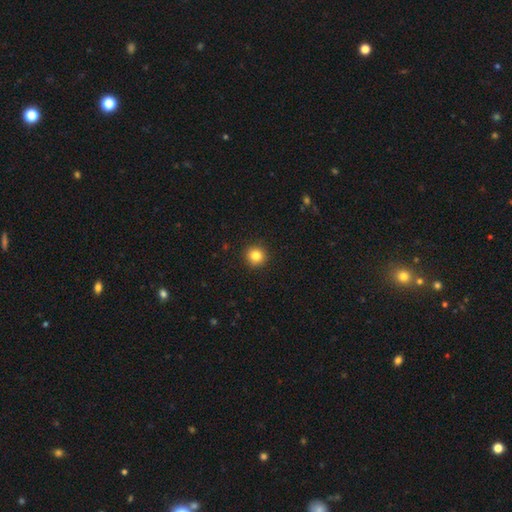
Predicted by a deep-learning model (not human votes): smooth 83%, star or artifact 11%, featured or disk 6%. Down the decision tree: how rounded — round (92%); merging — none (92%).